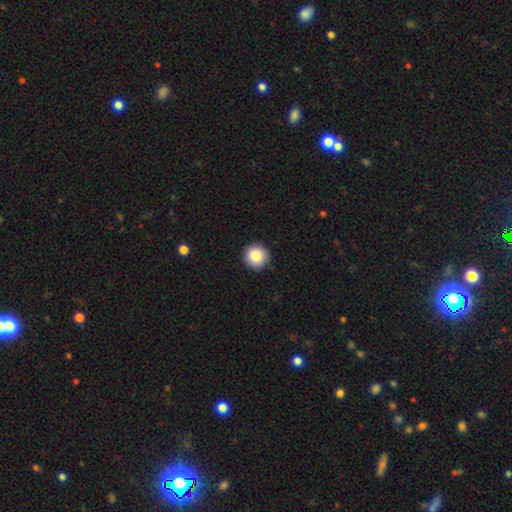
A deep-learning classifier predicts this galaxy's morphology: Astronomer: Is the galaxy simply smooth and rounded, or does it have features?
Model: smooth — 88%.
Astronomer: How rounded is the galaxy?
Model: round — 95%.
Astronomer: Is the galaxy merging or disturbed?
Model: none — 91%.